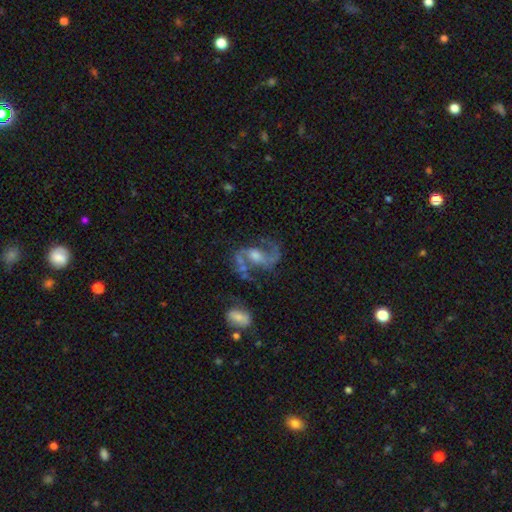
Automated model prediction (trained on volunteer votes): Smooth or featured: featured or disk — 88% (star or artifact — 6%)
Edge-on disk: no — 97% (yes — 3%)
Bar: weak — 44% (no — 31%)
Spiral arms: yes — 96% (no — 4%)
Spiral winding: medium — 52% (loose — 38%)
Spiral arm count: 2 — 91% (1 — 4%)
Bulge size: moderate — 54% (small — 28%)
Merging: none — 60% (minor disturbance — 16%)